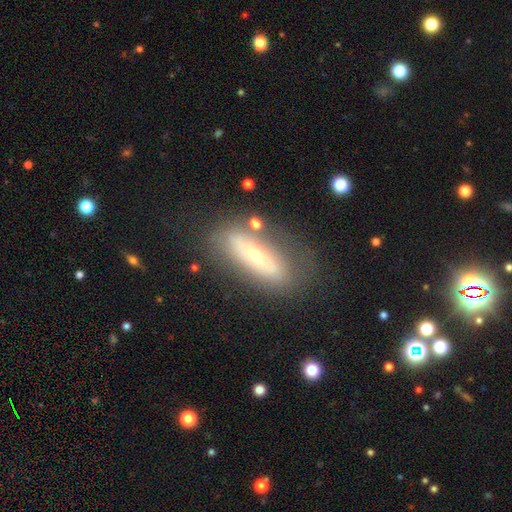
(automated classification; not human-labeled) The model was most divided on "smooth or featured": featured or disk: 50%, smooth: 42%, star or artifact: 8%. More confident: merging — none (70%); edge-on disk — no (64%).